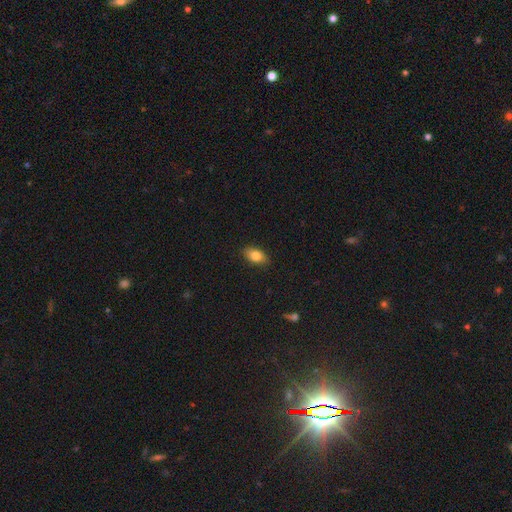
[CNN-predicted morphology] A smooth galaxy with no disk features (81%) that is in between round and cigar-shaped (89%).

Vote fractions:
- Smooth or featured? smooth: 81% / featured or disk: 11% / star or artifact: 8%
- How rounded? in between: 89% / round: 8% / cigar-shaped: 3%
- Merging? none: 87% / minor disturbance: 10% / major disturbance: 2% / merger: 1%